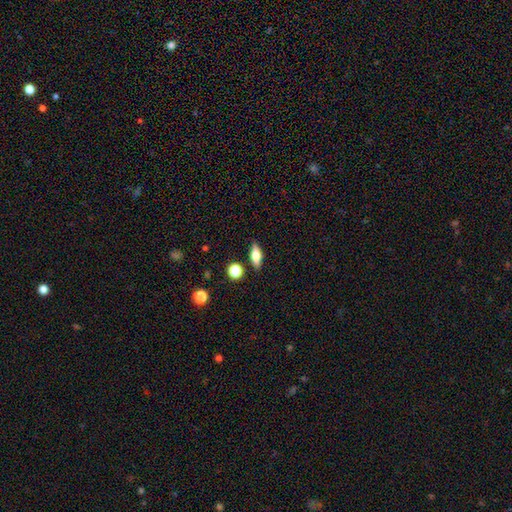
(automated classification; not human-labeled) The model was most divided on "smooth or featured": smooth: 63%, featured or disk: 28%, star or artifact: 9%. More confident: merging — none (83%); how rounded — in between (64%).